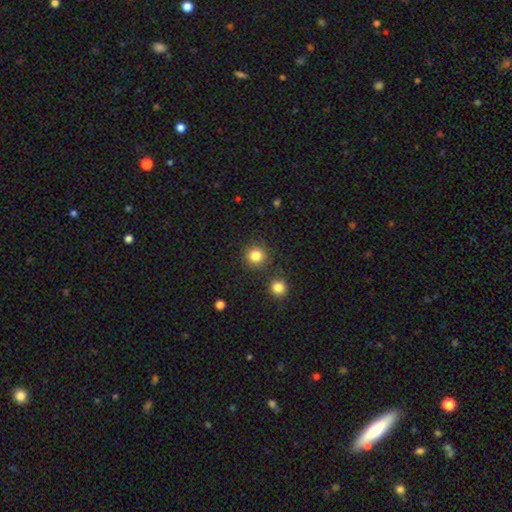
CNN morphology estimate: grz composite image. It shows a smooth galaxy with no disk features (83%) that is round (92%). Merging: none (86%).